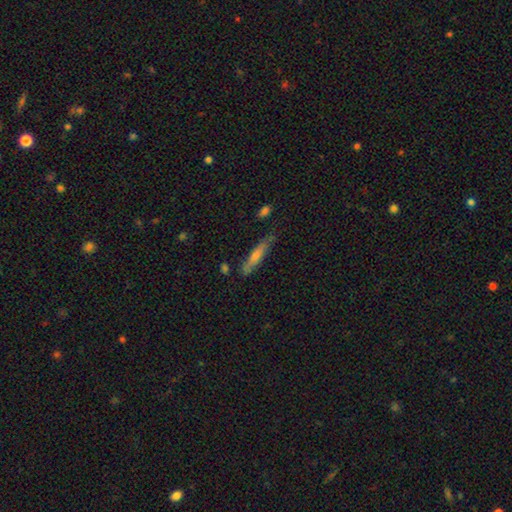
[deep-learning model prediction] This is possibly a featured or disk galaxy (54%). It is clearly viewed edge-on (88%). Merging: likely none (80%).